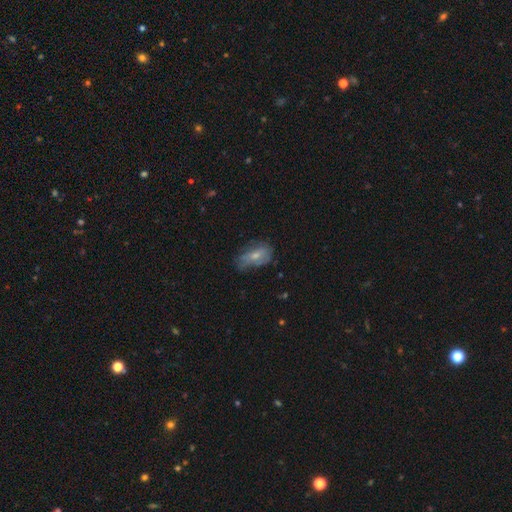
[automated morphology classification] Smooth or featured: smooth — 57% (featured or disk — 34%)
How rounded: in between — 87% (round — 7%)
Merging: none — 46% (minor disturbance — 35%)